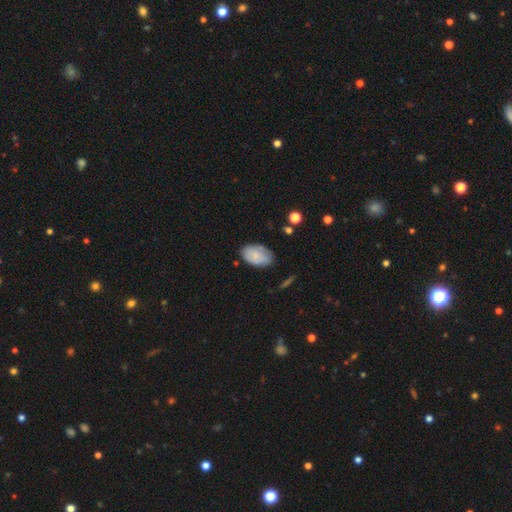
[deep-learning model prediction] This appears to be a smooth galaxy with no disk features (78%) that is in between round and cigar-shaped (92%). Merging: none (73%).